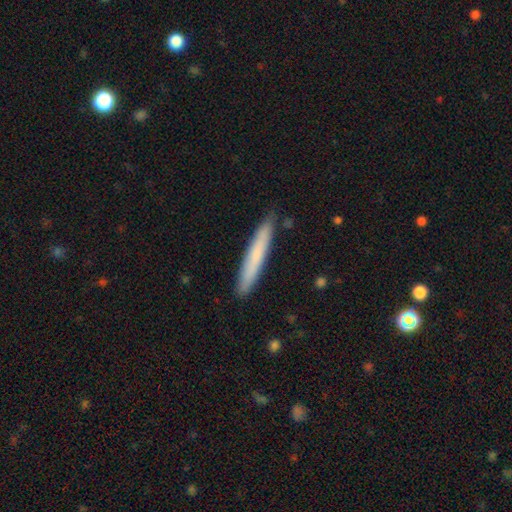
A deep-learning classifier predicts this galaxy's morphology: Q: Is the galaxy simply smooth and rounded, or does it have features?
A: smooth — 70%.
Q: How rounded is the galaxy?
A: cigar-shaped — 95%.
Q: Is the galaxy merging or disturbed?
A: none — 89%.